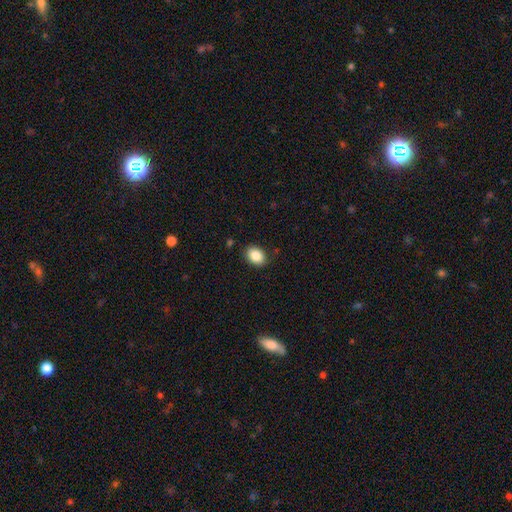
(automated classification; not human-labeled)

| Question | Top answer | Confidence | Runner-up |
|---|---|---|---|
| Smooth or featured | smooth | 87% | star or artifact (8%) |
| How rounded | in between | 71% | round (28%) |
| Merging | none | 86% | minor disturbance (11%) |